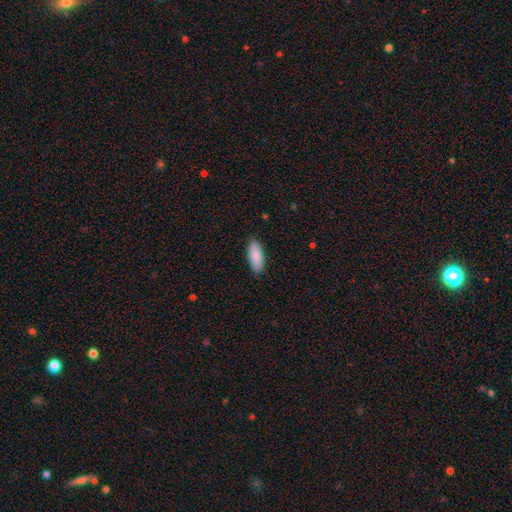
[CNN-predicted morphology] type=smooth (89%); roundness=in between (75%); merging=none (89%).